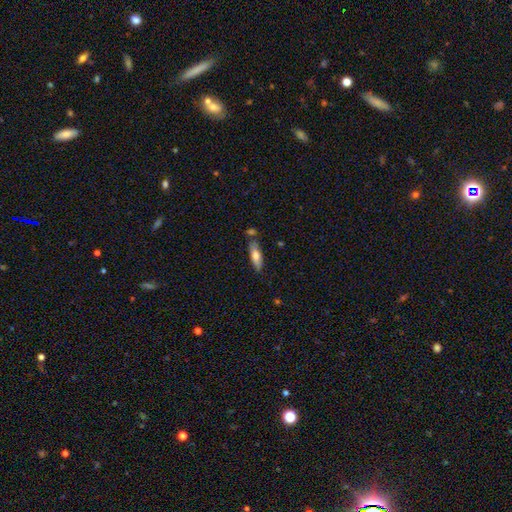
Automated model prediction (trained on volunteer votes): This appears to be a smooth galaxy with no disk features (68%) that is in between round and cigar-shaped (50%). Merging: none (71%).